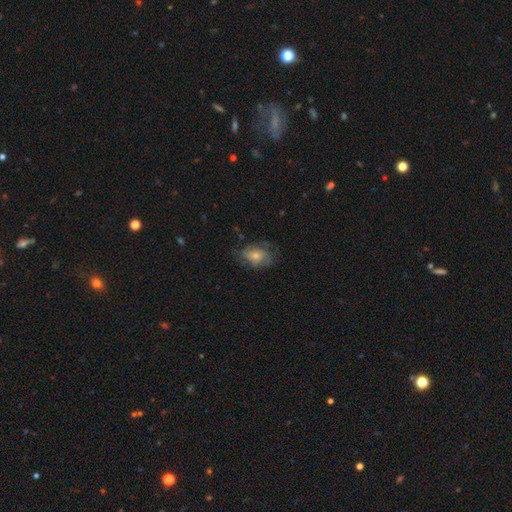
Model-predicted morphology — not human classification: The model was most divided on "smooth or featured": smooth: 56%, featured or disk: 36%, star or artifact: 8%. More confident: how rounded — in between (76%); merging — none (58%).